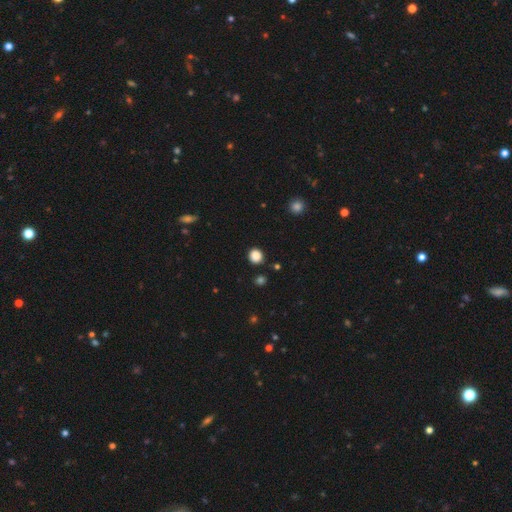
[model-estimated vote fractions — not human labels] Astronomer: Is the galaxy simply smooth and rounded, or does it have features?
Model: smooth — 86%.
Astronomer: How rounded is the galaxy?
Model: round — 86%.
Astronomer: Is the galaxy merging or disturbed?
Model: none — 89%.